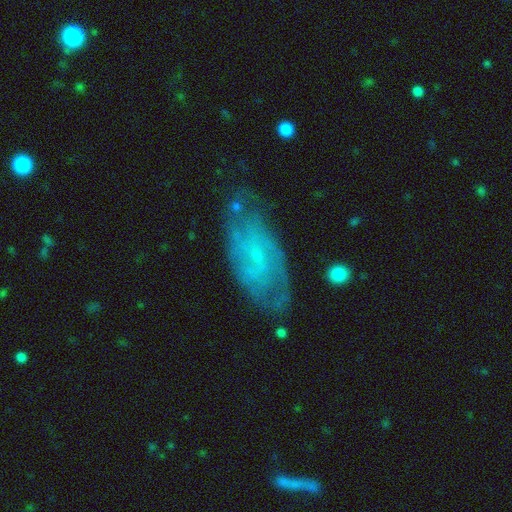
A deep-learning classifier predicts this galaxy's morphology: featured or disk 71%, smooth 22%, star or artifact 8%. Down the decision tree: edge-on disk — no (93%); bar — no (59%); spiral arms — yes (83%); spiral arm count — can't tell (48%); spiral winding — tight (48%); bulge size — small (76%); merging — none (67%).